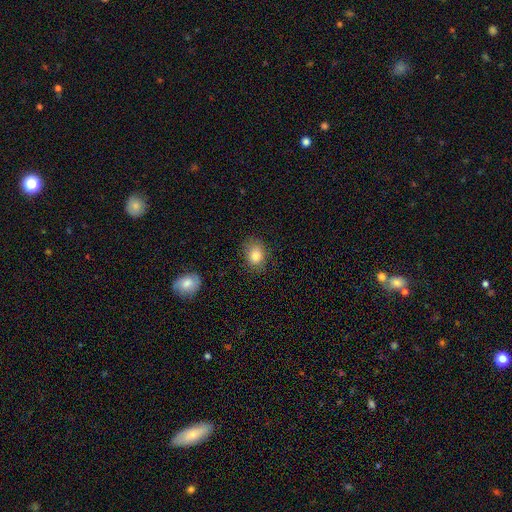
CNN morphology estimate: A smooth galaxy with no disk features (83%) that is in between round and cigar-shaped (54%). Merging: none (77%).